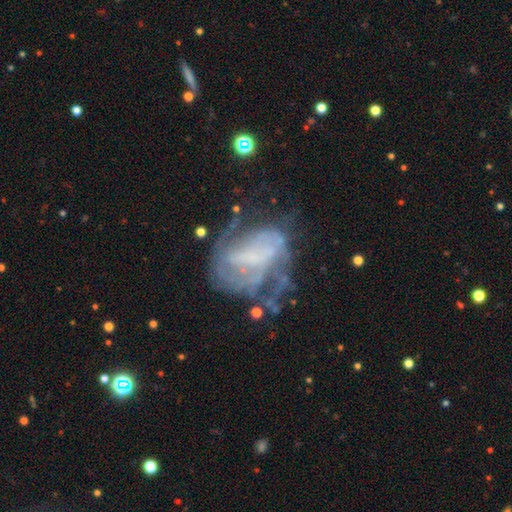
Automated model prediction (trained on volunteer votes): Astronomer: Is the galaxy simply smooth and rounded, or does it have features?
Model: featured or disk — 71%.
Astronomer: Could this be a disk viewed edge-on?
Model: no — 97%.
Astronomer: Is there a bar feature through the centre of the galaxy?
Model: no — 43% (runner-up: weak, 34%).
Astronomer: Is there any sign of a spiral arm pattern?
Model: yes — 61% (runner-up: no, 39%).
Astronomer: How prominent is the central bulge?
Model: none — 60%.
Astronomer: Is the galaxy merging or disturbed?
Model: none — 36% (runner-up: major disturbance, 35%).